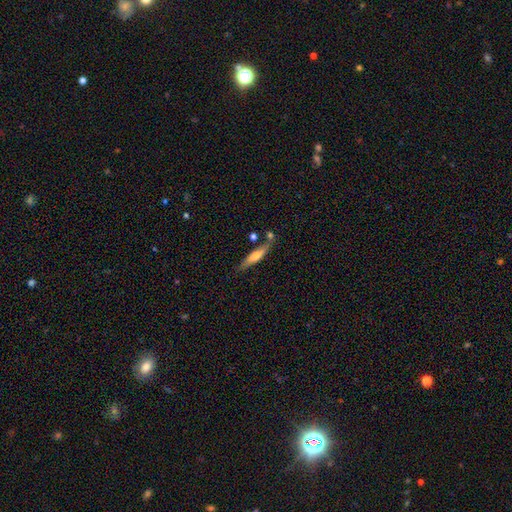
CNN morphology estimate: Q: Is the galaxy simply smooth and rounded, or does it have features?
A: smooth — 52%.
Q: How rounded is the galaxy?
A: cigar-shaped — 82%.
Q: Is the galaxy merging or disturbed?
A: none — 70%.